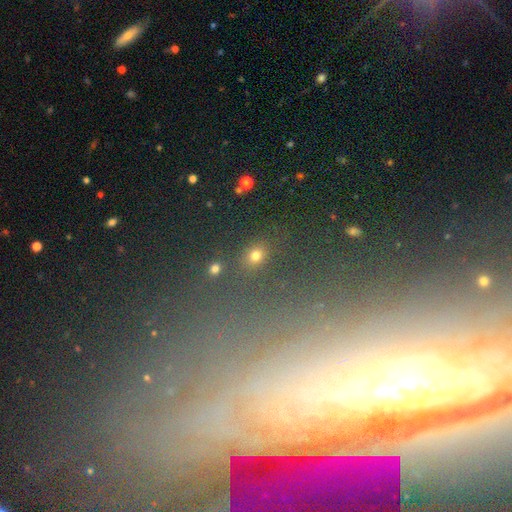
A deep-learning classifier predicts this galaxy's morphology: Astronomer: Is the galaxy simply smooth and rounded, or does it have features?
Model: smooth — 68%.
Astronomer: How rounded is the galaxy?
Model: round — 53% (runner-up: in between, 45%).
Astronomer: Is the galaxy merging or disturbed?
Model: none — 80%.